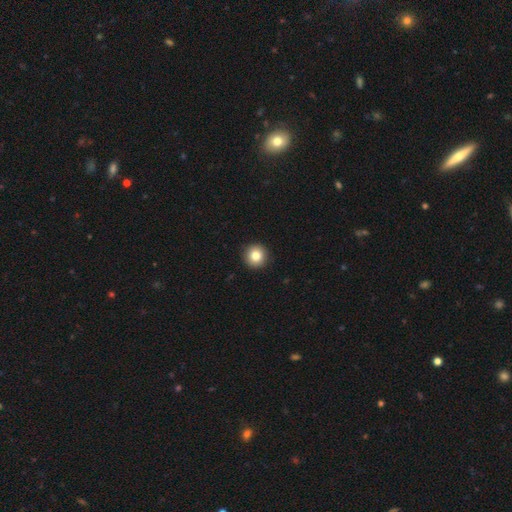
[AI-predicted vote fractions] This appears to be a smooth galaxy with no disk features (82%) that is round (96%). Merging: none (93%).